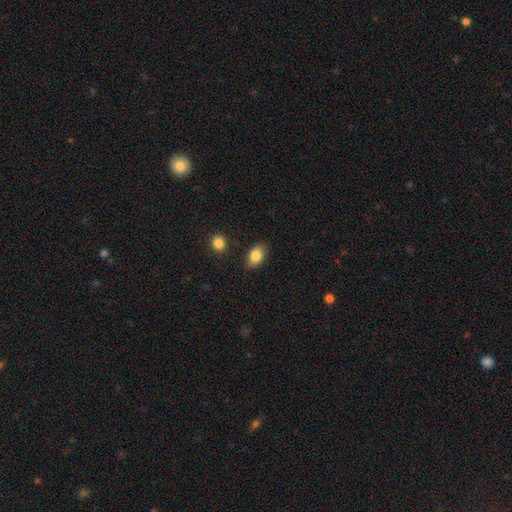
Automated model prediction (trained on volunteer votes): Smooth or featured: smooth — 84% (featured or disk — 8%)
How rounded: in between — 85% (round — 13%)
Merging: none — 83% (minor disturbance — 12%)